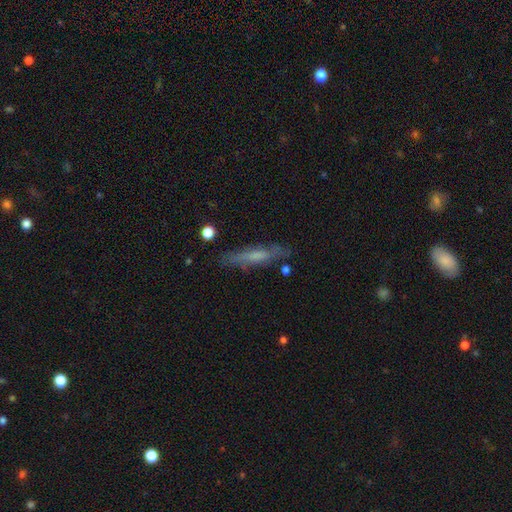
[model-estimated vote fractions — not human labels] A smooth galaxy with no disk features (47%). Merging: none (76%).